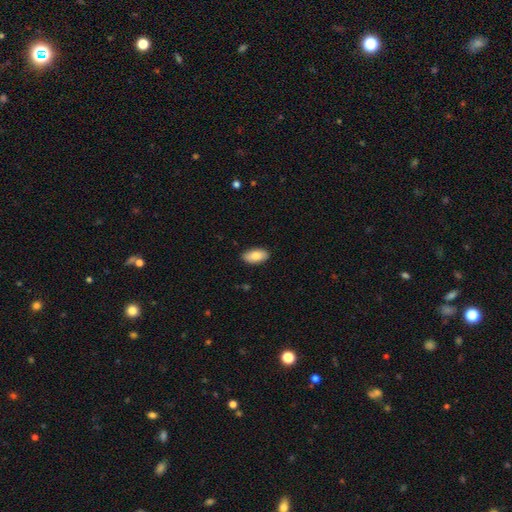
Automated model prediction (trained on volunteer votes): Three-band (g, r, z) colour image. It shows a smooth galaxy with no disk features (81%) that is in between round and cigar-shaped (94%). Merging: none (88%).